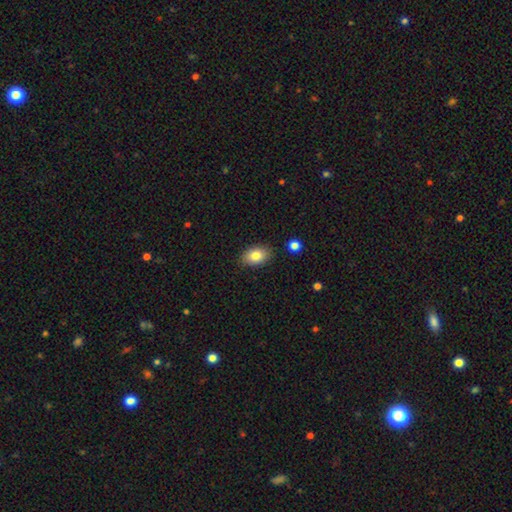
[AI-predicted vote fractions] Q: Smooth or featured?
A: smooth (83%); runner-up: featured or disk (9%)
Q: How rounded?
A: in between (87%); runner-up: round (12%)
Q: Merging?
A: none (86%); runner-up: minor disturbance (10%)